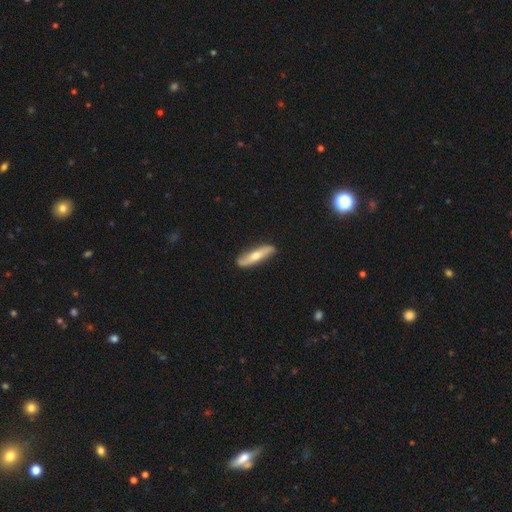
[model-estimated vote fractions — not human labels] Q: Smooth or featured?
A: featured or disk (49%); runner-up: smooth (46%)
Q: Merging?
A: none (85%); runner-up: minor disturbance (11%)